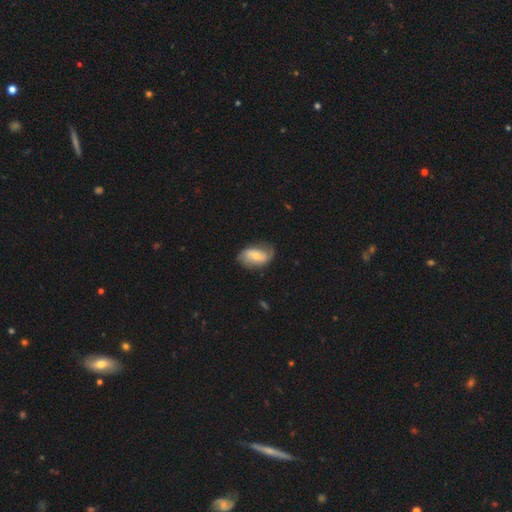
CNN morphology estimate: Smooth or featured?
  - featured or disk: 55% *
  - smooth: 39%
  - star or artifact: 7%
Edge-on disk?
  - no: 95% *
  - yes: 5%
Bar?
  - weak: 44% *
  - no: 39%
  - strong: 18%
Spiral arms?
  - yes: 83% *
  - no: 17%
Bulge size?
  - moderate: 49% *
  - small: 43%
  - large: 4%
  - none: 3%
  - dominant: 1%
Merging?
  - none: 64% *
  - minor disturbance: 26%
  - major disturbance: 9%
  - merger: 2%